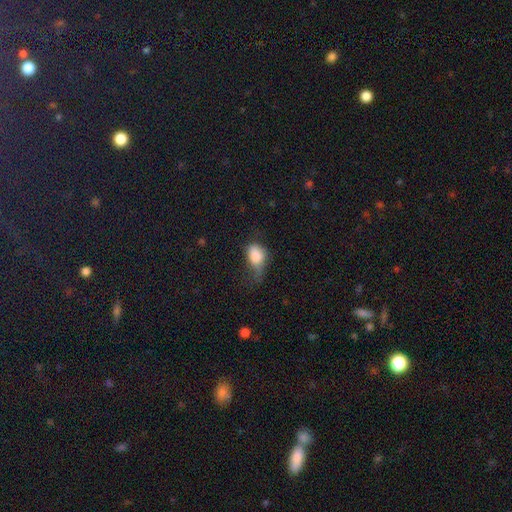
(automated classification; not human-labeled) Smooth or featured? Predicted: smooth (p=0.82). How rounded? Predicted: in between (p=0.76). Merging? Predicted: major disturbance (p=0.39).